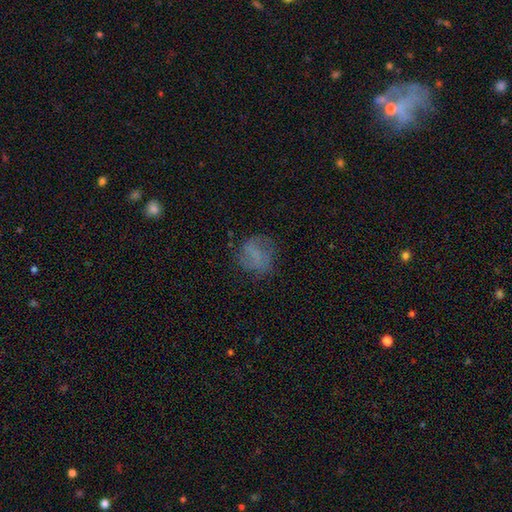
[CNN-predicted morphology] A smooth galaxy with no disk features (49%).

Vote fractions:
- Smooth or featured? smooth: 49% / featured or disk: 36% / star or artifact: 15%
- Merging? none: 62% / minor disturbance: 21% / major disturbance: 15% / merger: 2%